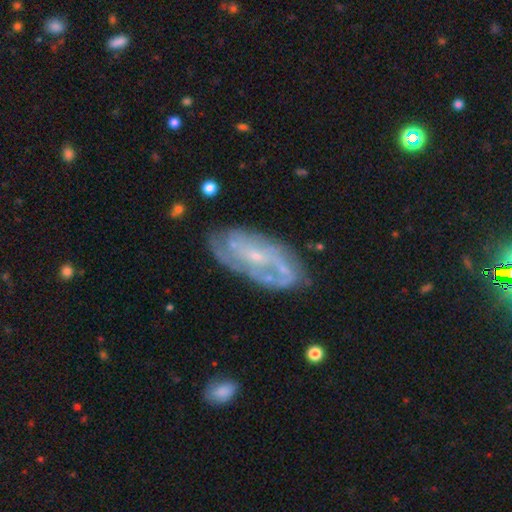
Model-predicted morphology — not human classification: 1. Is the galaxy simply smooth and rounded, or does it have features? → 78% featured or disk, 15% smooth, 6% star or artifact.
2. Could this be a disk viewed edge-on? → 93% no, 7% yes.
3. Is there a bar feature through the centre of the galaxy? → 59% no, 31% weak, 10% strong.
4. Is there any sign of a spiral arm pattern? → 80% yes, 20% no.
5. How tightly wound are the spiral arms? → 45% tight, 37% medium, 18% loose.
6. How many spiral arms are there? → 40% can't tell, 34% 2, 11% 3, 6% 1, 5% 4, 4% more than 4.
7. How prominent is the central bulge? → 80% small, 13% moderate, 4% none, 1% large, 1% dominant.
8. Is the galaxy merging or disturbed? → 62% none, 23% minor disturbance, 11% major disturbance, 4% merger.